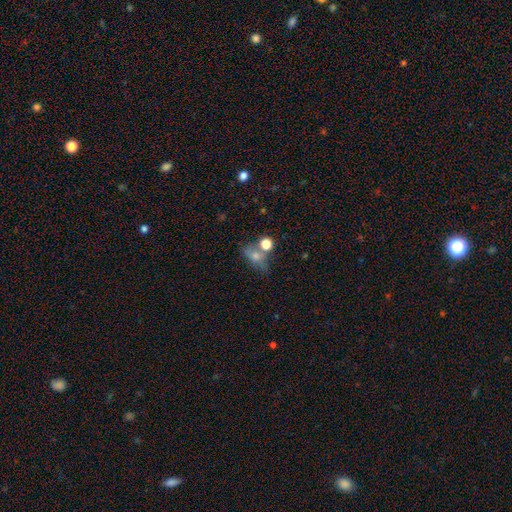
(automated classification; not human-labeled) This appears to be a smooth galaxy with no disk features (63%) that is in between round and cigar-shaped (57%). Merging: none (42%).